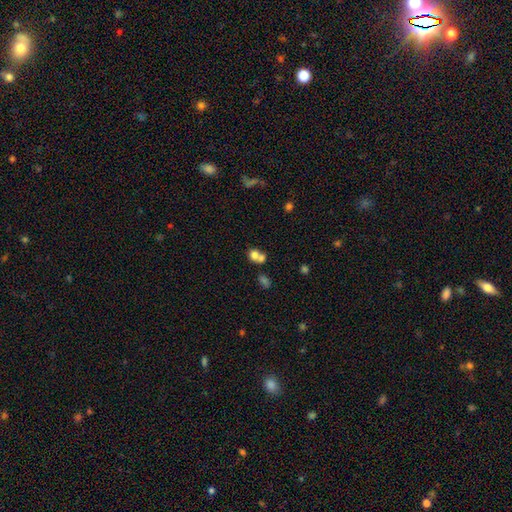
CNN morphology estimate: type=smooth (73%); roundness=round (65%); merging=merger (58%).